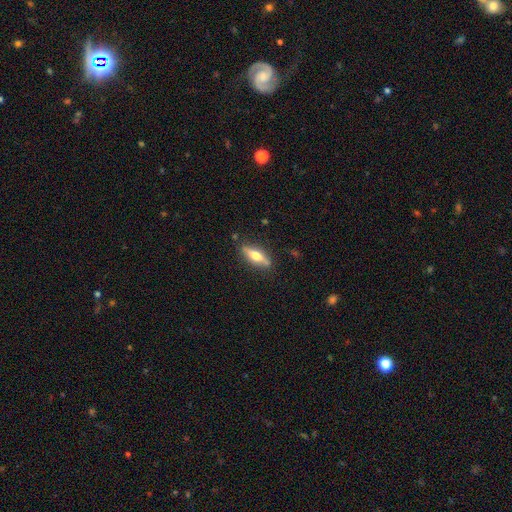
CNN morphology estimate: This appears to be a smooth galaxy with no disk features (48%). Merging: none (83%).